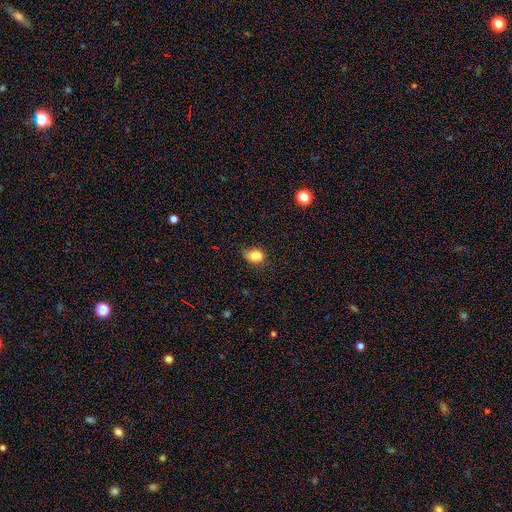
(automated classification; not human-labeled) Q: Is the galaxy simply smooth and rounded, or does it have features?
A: smooth — 79%.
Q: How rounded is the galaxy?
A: in between — 71%.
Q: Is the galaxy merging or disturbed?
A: none — 44%.